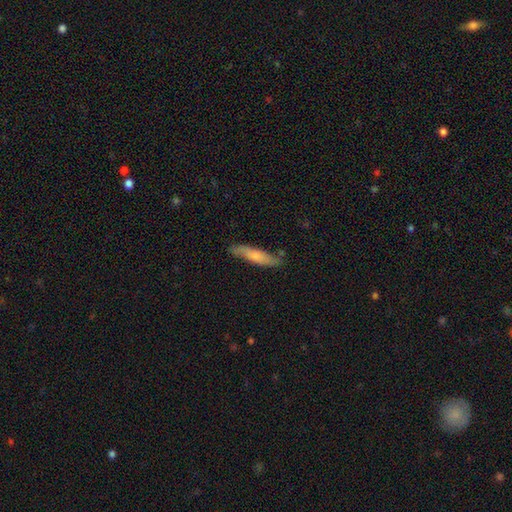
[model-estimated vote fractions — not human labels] A smooth galaxy with no disk features (66%) that is cigar-shaped (81%). Merging: none (76%).